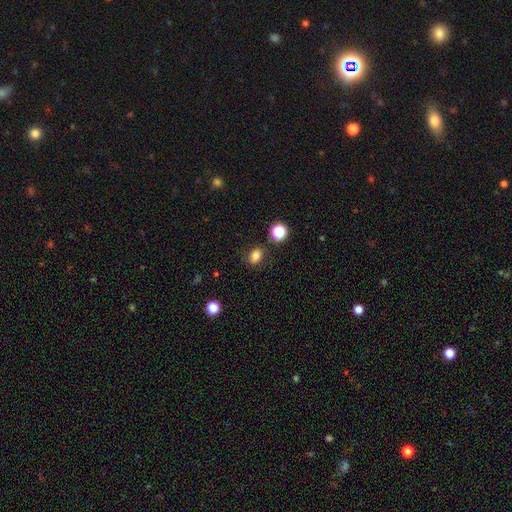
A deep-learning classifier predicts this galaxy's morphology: This is likely a smooth galaxy (79%). How rounded: likely in between (62%). Merging: likely none (78%).